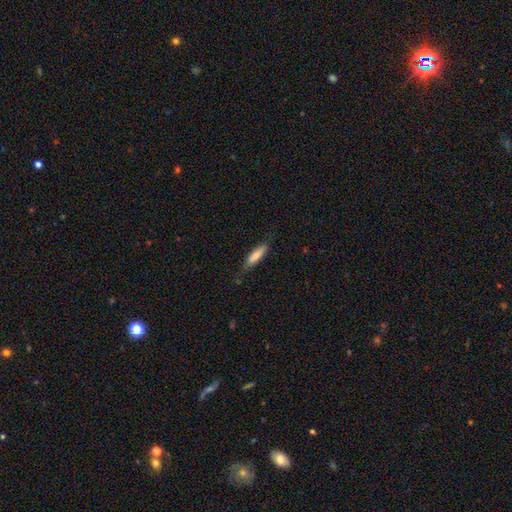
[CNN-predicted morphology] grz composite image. It shows a smooth galaxy with no disk features (79%) that is cigar-shaped (69%). Merging: none (72%).